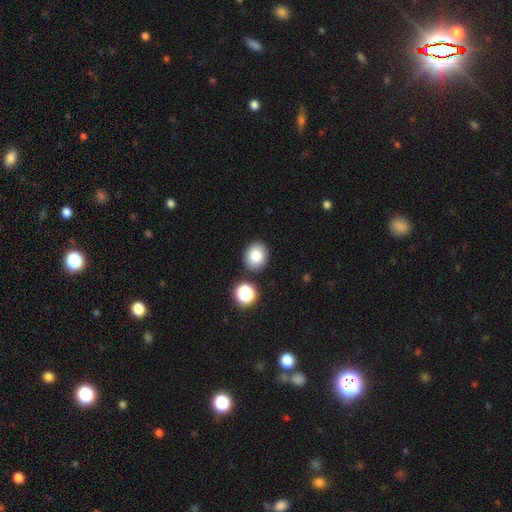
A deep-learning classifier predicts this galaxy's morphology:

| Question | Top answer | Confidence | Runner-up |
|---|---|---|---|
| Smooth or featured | smooth | 82% | star or artifact (11%) |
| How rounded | round | 61% | in between (38%) |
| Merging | none | 84% | minor disturbance (8%) |